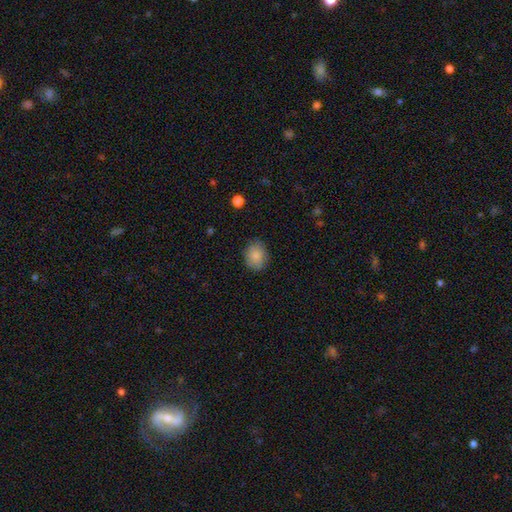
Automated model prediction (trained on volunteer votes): This is clearly a smooth galaxy (84%). How rounded: possibly in between (50%). Merging: clearly none (82%).